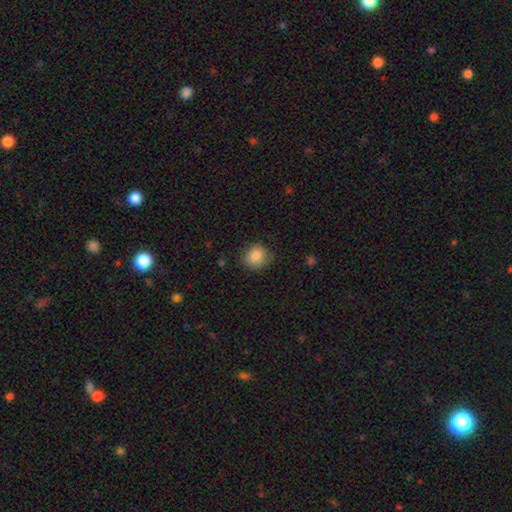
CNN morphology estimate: The model was most divided on "merging": none: 72%, minor disturbance: 22%, major disturbance: 5%, merger: 1%. More confident: smooth or featured — smooth (84%); how rounded — round (78%).